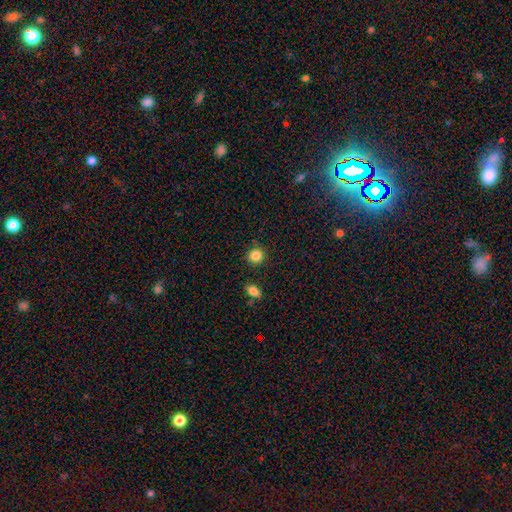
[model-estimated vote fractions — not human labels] This is clearly a smooth galaxy (86%). How rounded: clearly round (87%). Merging: clearly none (87%).